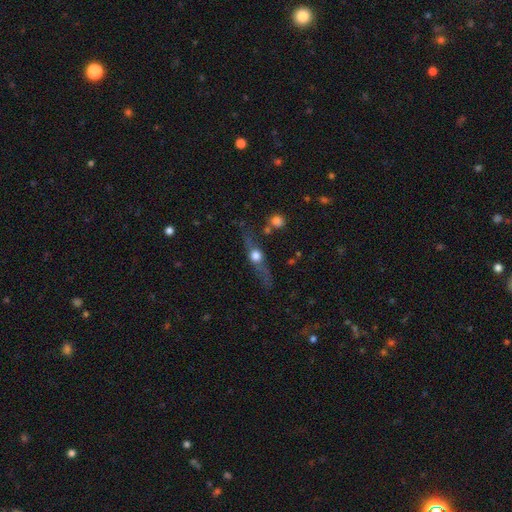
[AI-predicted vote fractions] Smooth or featured? featured or disk (61%)
Edge-on disk? yes (85%)
Edge-on bulge? rounded (95%)
Merging? none (67%)